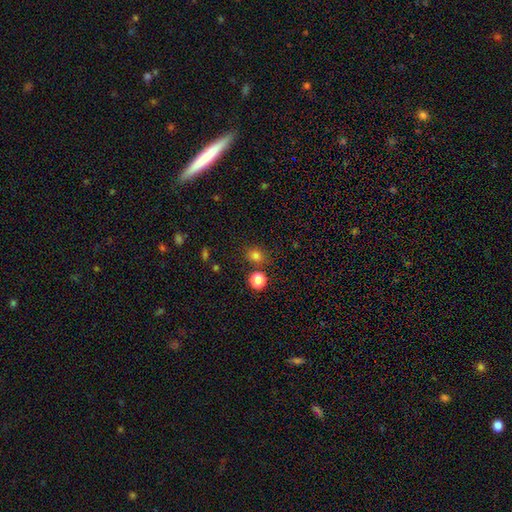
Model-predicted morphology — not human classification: Overall: smooth (79%). How rounded: round (70%). Merging: none (77%).